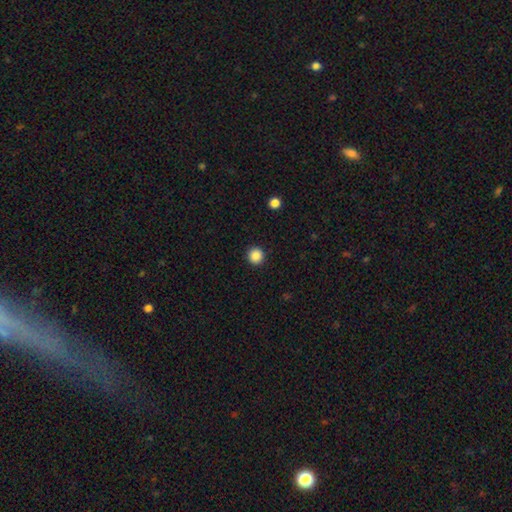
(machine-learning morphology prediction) A smooth galaxy with no disk features (88%) that is round (95%). Merging: none (93%).